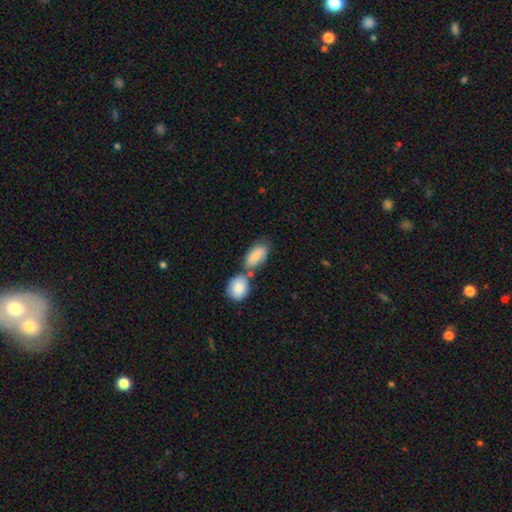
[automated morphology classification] This is clearly a smooth galaxy (84%). How rounded: clearly in between (89%). Merging: marginally merger (43%).